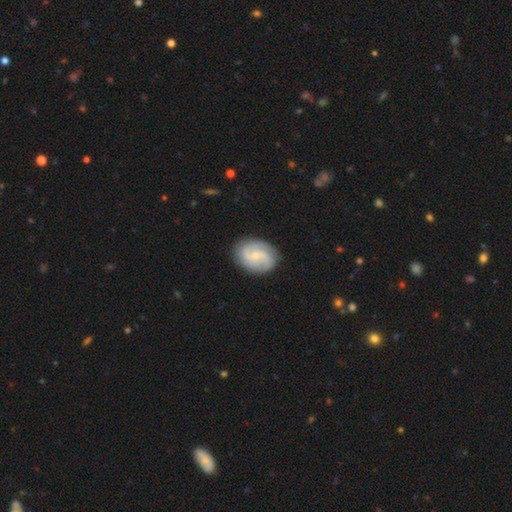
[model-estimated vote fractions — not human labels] Overall: featured or disk (78%). Edge-on disk: no (98%). Bar: no (54%; weak 40%). Spiral arms: yes (96%). Spiral arm count: 2 (64%). Spiral winding: medium (49%; tight 30%). Bulge size: small (73%). Merging: none (85%).